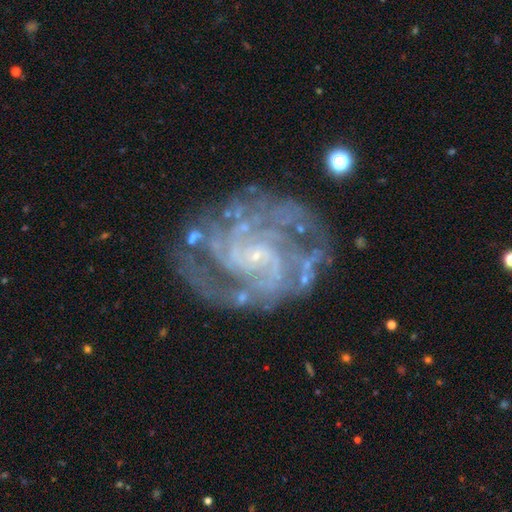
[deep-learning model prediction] A featured or disk galaxy (90%) with no bar (61%), 2 (26%) tight (54%) spiral arms (97%) and a small central bulge (82%).

Vote fractions:
- Smooth or featured? featured or disk: 90% / star or artifact: 6% / smooth: 4%
- Edge-on disk? no: 98% / yes: 2%
- Bar? no: 61% / weak: 31% / strong: 9%
- Spiral arms? yes: 97% / no: 3%
- Spiral winding? tight: 54% / medium: 38% / loose: 8%
- Spiral arm count? 2: 26% / 3: 22% / can't tell: 20% / 4: 15% / more than 4: 9% / 1: 7%
- Bulge size? small: 82% / none: 9% / moderate: 7% / large: 1% / dominant: 1%
- Merging? none: 68% / minor disturbance: 18% / major disturbance: 12% / merger: 3%